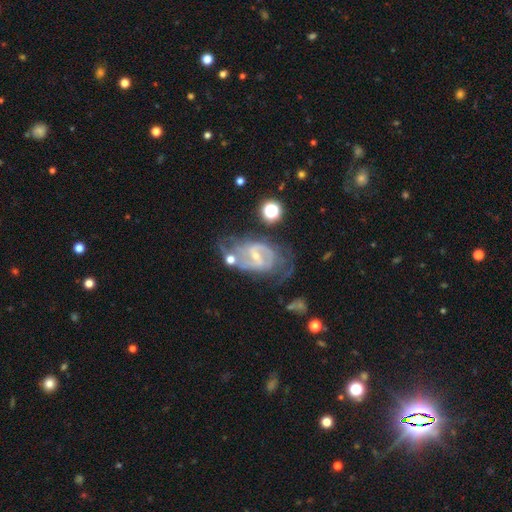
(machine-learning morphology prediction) Smooth or featured? featured or disk (85%)
Edge-on disk? no (96%)
Bar? weak (48%)
Spiral arms? yes (92%)
Spiral winding? medium (47%)
Spiral arm count? 2 (66%)
Bulge size? small (68%)
Merging? none (52%)